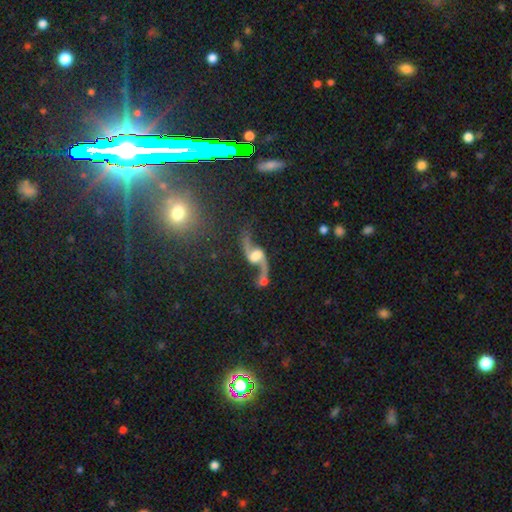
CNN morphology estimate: This appears to be a featured or disk galaxy (88%) with no bar (48%), 2 (94%) loose (91%) spiral arms (95%) and a moderate central bulge (40%). Merging: none (60%).